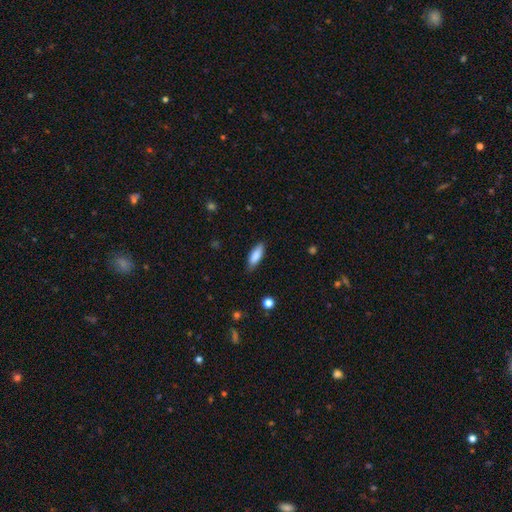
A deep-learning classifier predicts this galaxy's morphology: This appears to be a smooth galaxy with no disk features (85%) that is in between round and cigar-shaped (60%). Merging: none (82%).